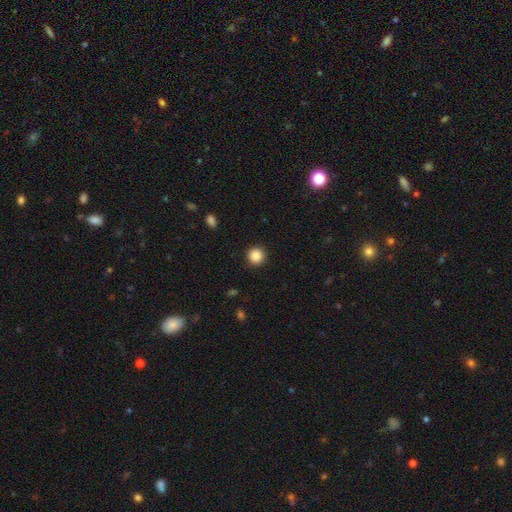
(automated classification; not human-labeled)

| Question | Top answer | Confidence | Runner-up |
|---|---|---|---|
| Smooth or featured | smooth | 87% | star or artifact (10%) |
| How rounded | round | 95% | in between (4%) |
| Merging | none | 92% | minor disturbance (5%) |